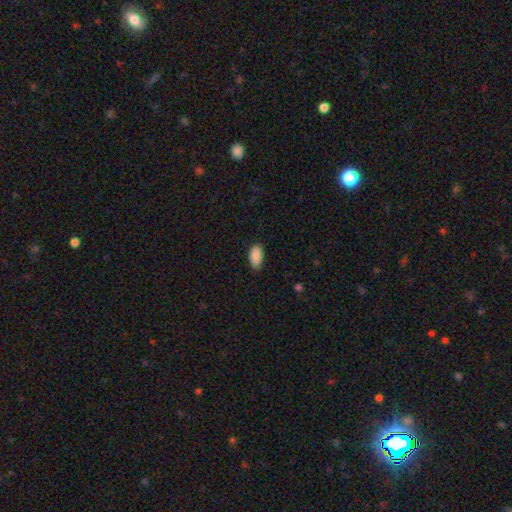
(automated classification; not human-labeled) Smooth or featured? Predicted: smooth (p=0.89). How rounded? Predicted: in between (p=0.93). Merging? Predicted: none (p=0.82).